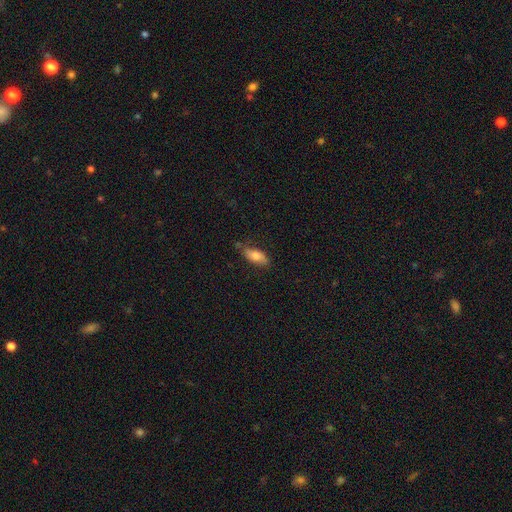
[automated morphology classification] Smooth or featured? Predicted: smooth (p=0.70). How rounded? Predicted: in between (p=0.78). Merging? Predicted: none (p=0.69).